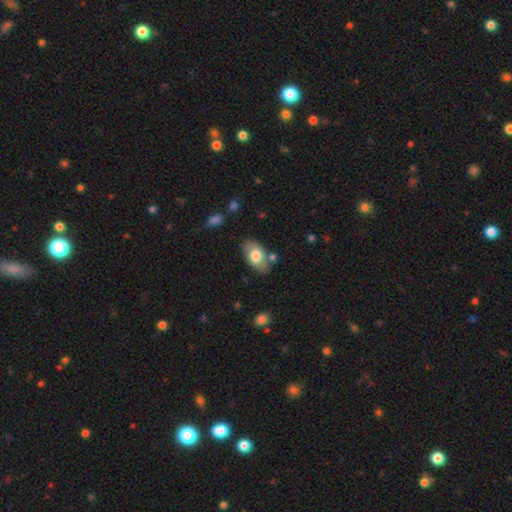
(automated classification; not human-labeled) The model was most divided on "smooth or featured": smooth: 73%, featured or disk: 21%, star or artifact: 6%. More confident: how rounded — in between (93%); merging — none (75%).